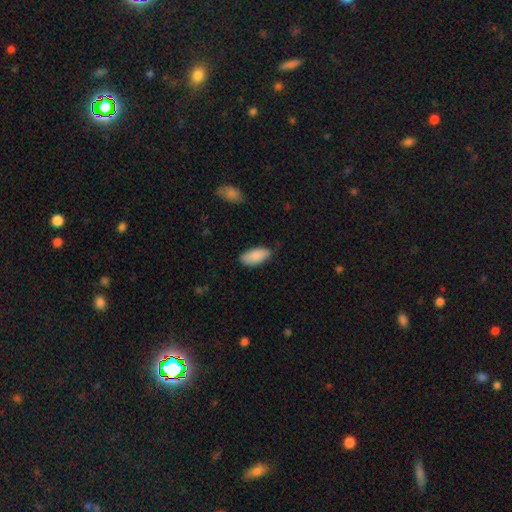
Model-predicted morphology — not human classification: type=smooth (89%); roundness=in between (91%); merging=none (80%).